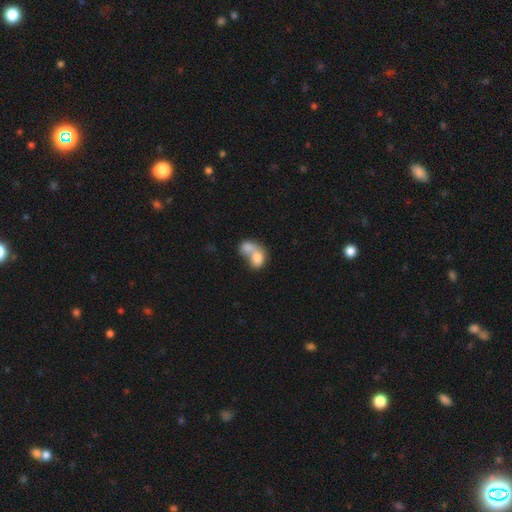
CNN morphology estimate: A smooth galaxy with no disk features (75%) that is in between round and cigar-shaped (64%). Merging: merger (77%).